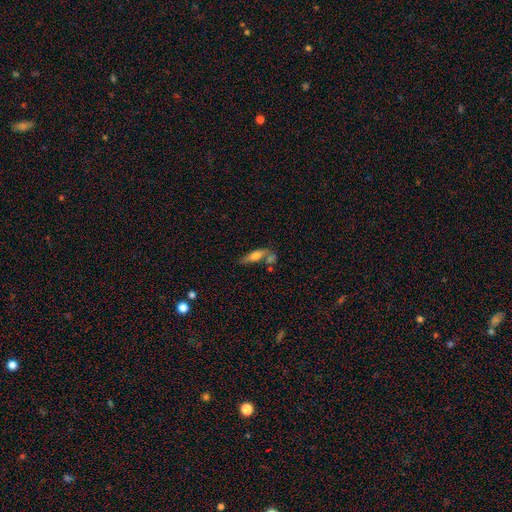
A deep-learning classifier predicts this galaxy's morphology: The model was most divided on "how rounded": cigar-shaped: 56%, in between: 41%, round: 3%. Remaining: smooth or featured — smooth (56%); merging — none (49%).